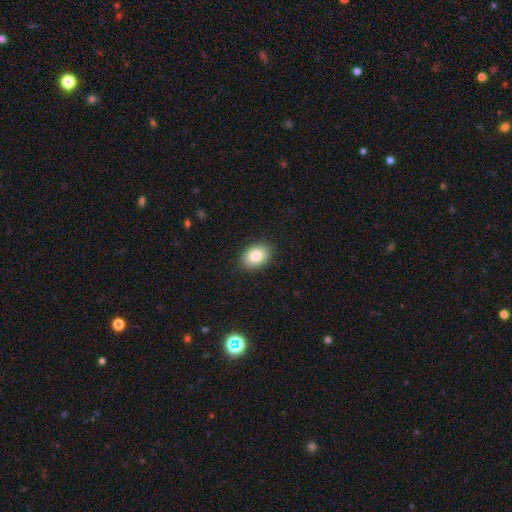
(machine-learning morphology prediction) This appears to be a smooth galaxy with no disk features (85%) that is in between round and cigar-shaped (82%). Merging: none (89%).